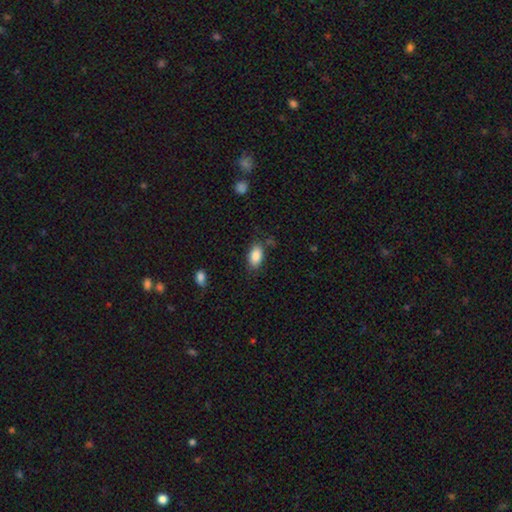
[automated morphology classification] Q: Smooth or featured?
A: smooth (86%); runner-up: star or artifact (7%)
Q: How rounded?
A: in between (91%); runner-up: round (6%)
Q: Merging?
A: none (77%); runner-up: minor disturbance (16%)